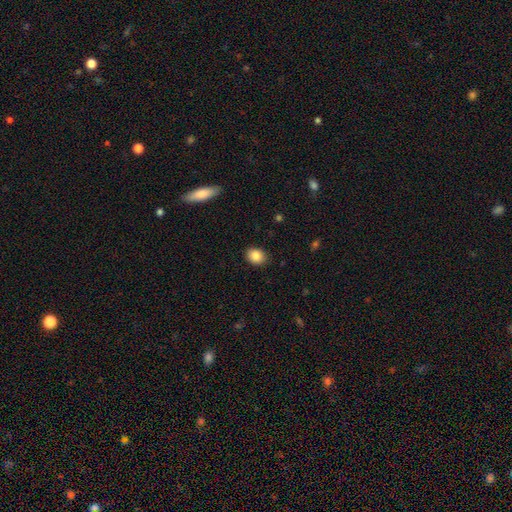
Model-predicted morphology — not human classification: smooth-or-featured: smooth: 86% | star or artifact: 9% | featured or disk: 5%
  how-rounded: in between: 58% | round: 41% | cigar-shaped: 1%
  merging: none: 88% | minor disturbance: 9% | major disturbance: 2% | merger: 1%